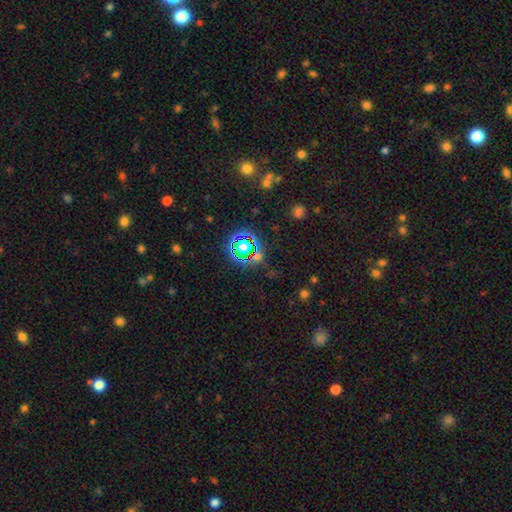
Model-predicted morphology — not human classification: A star or artifact, not a galaxy (73%).